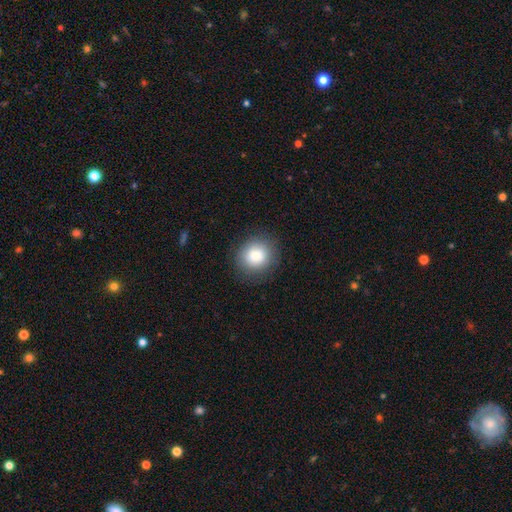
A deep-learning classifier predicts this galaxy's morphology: This appears to be a smooth galaxy with no disk features (85%) that is round (84%). Merging: none (86%).